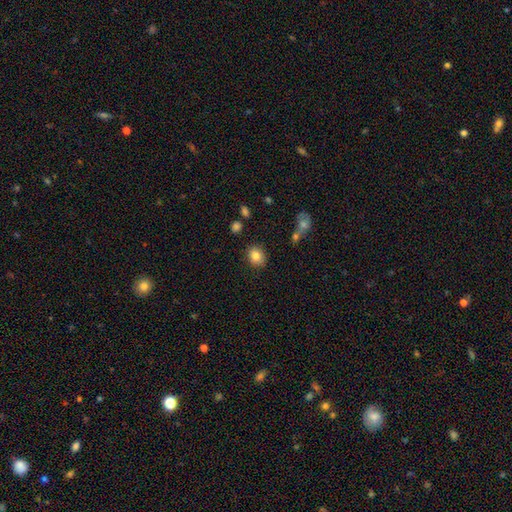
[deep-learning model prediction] smooth-or-featured: smooth: 82% | star or artifact: 10% | featured or disk: 9%
  how-rounded: round: 59% | in between: 40% | cigar-shaped: 1%
  merging: none: 85% | minor disturbance: 10% | merger: 3% | major disturbance: 3%